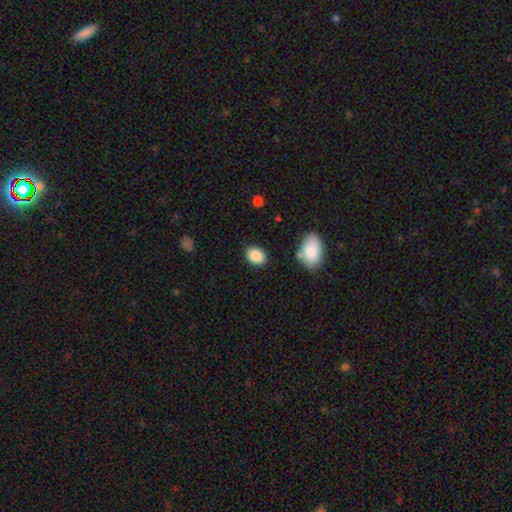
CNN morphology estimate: A smooth galaxy with no disk features (87%) that is in between round and cigar-shaped (75%). Merging: none (85%).